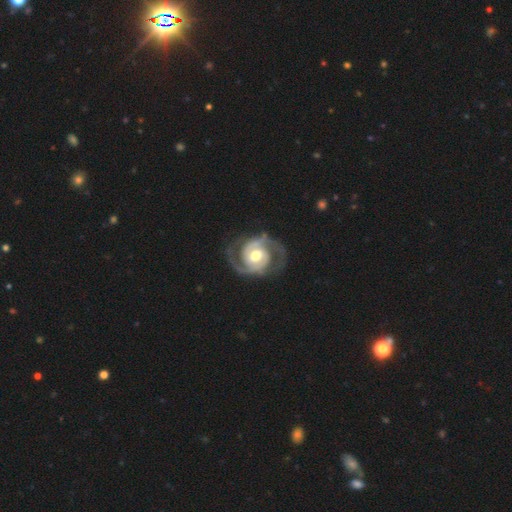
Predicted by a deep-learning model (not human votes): The model was most divided on "spiral winding": medium: 48%, tight: 42%, loose: 10%. Remaining: edge-on disk — no (98%); spiral arms — yes (98%); spiral arm count — 2 (92%); smooth or featured — featured or disk (92%); merging — none (79%); bulge size — moderate (72%); bar — no (47%).